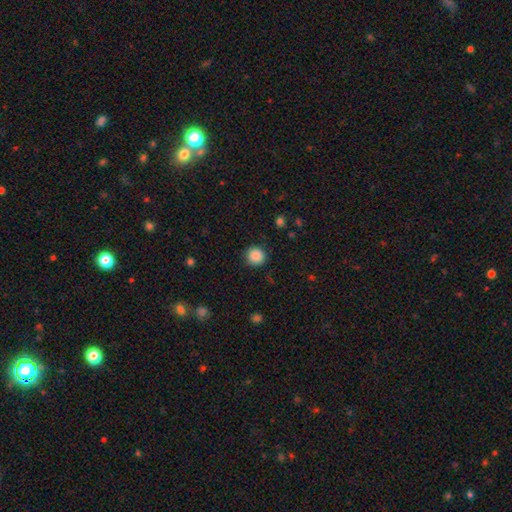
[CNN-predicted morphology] Smooth or featured?
  - smooth: 88% *
  - star or artifact: 9%
  - featured or disk: 3%
How rounded?
  - round: 92% *
  - in between: 7%
  - cigar-shaped: 1%
Merging?
  - none: 89% *
  - minor disturbance: 8%
  - major disturbance: 2%
  - merger: 1%